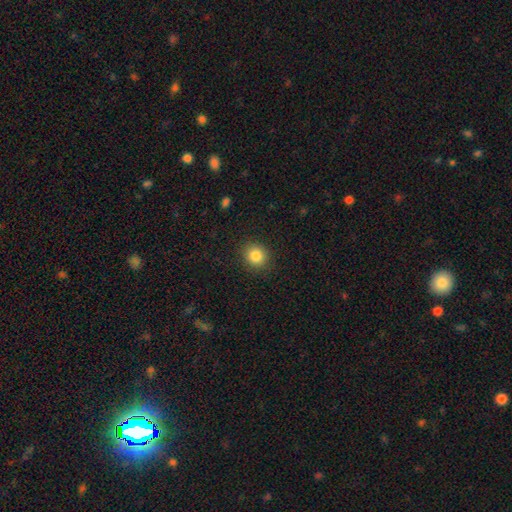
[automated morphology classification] smooth_or_featured: smooth (p=0.84) [alt: star or artifact p=0.10]
how_rounded: round (p=0.82) [alt: in between p=0.17]
merging: none (p=0.89) [alt: minor disturbance p=0.07]